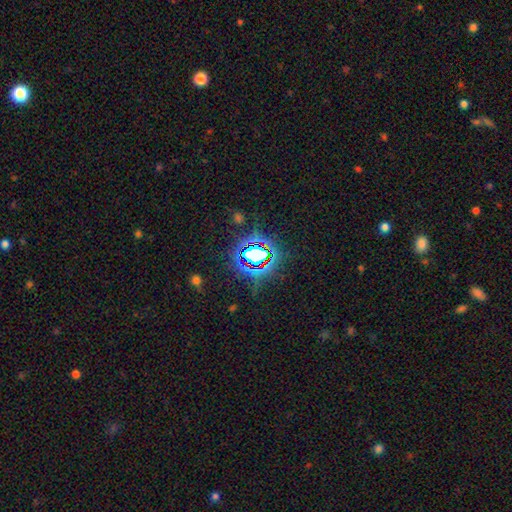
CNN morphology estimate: A star or artifact, not a galaxy (74%).

Vote fractions:
- Smooth or featured? star or artifact: 74% / smooth: 15% / featured or disk: 11%